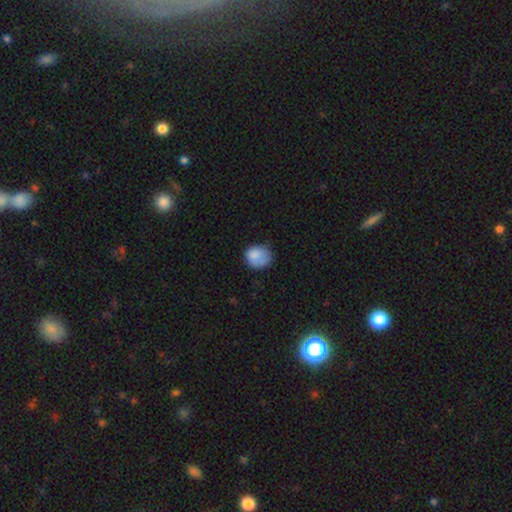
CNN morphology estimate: Q: Smooth or featured?
A: smooth (81%); runner-up: featured or disk (11%)
Q: How rounded?
A: round (65%); runner-up: in between (34%)
Q: Merging?
A: none (54%); runner-up: minor disturbance (31%)